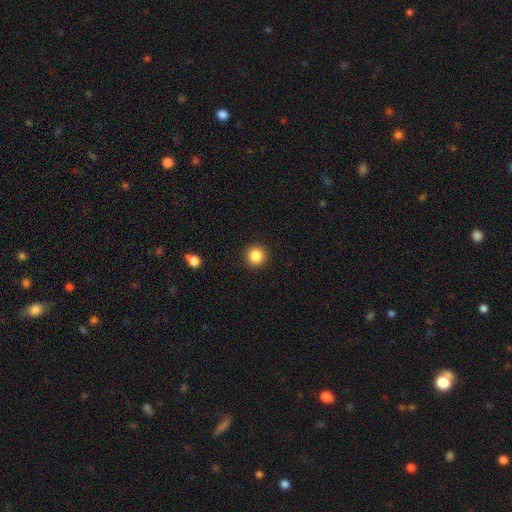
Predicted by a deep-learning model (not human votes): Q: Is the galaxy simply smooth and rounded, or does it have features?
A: smooth — 85%.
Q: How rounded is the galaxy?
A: round — 94%.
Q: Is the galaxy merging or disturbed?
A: none — 93%.